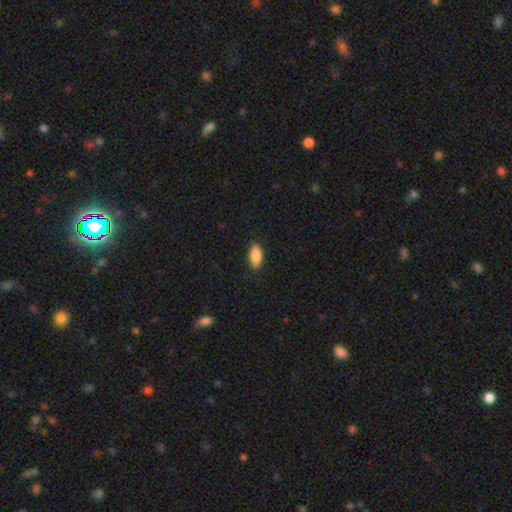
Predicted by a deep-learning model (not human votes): Smooth or featured?
  - smooth: 88% *
  - star or artifact: 6%
  - featured or disk: 6%
How rounded?
  - in between: 89% *
  - cigar-shaped: 9%
  - round: 3%
Merging?
  - none: 87% *
  - minor disturbance: 10%
  - major disturbance: 2%
  - merger: 1%